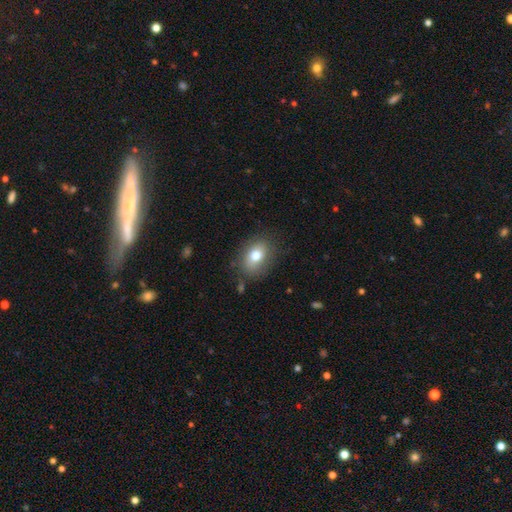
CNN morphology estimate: Smooth or featured? smooth (76%)
How rounded? in between (70%)
Merging? none (80%)